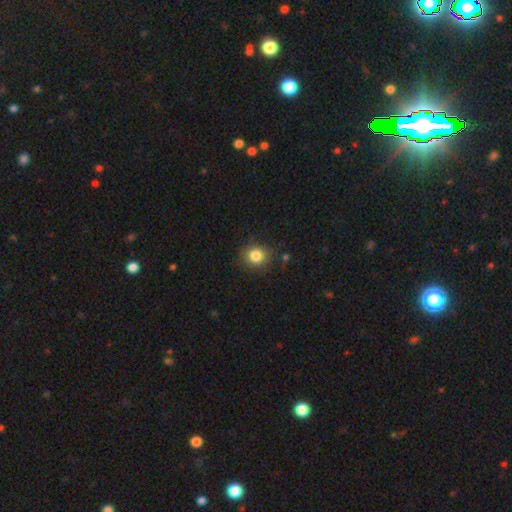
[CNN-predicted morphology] smooth 83%, star or artifact 10%, featured or disk 6%. Down the decision tree: how rounded — round (80%); merging — none (82%).